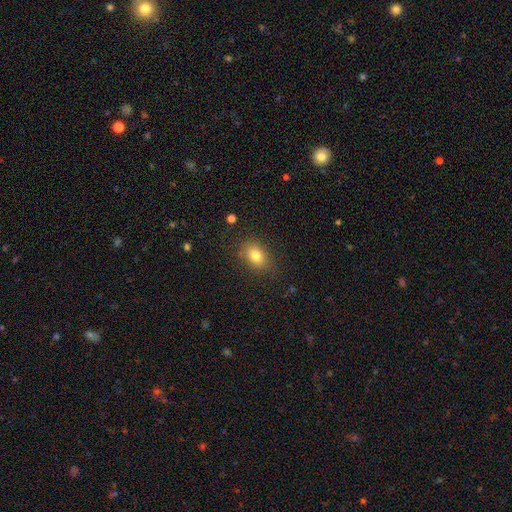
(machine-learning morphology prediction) The model was most divided on "how rounded": in between: 72%, round: 27%, cigar-shaped: 1%. More confident: merging — none (81%); smooth or featured — smooth (80%).